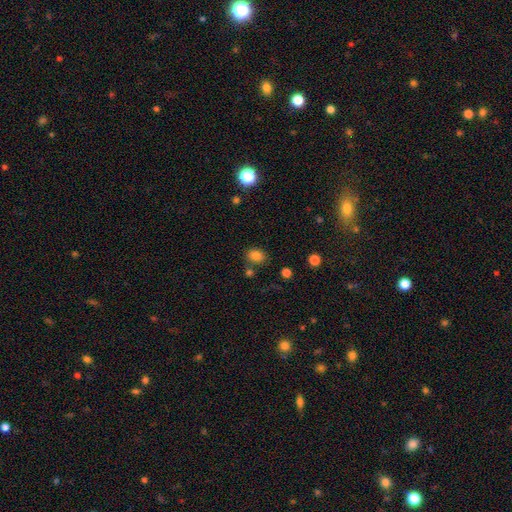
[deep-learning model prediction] Smooth or featured: smooth — 80% (star or artifact — 13%)
How rounded: in between — 57% (round — 42%)
Merging: none — 75% (minor disturbance — 12%)